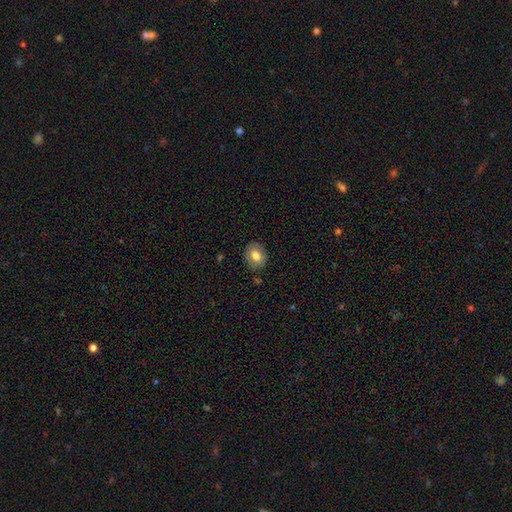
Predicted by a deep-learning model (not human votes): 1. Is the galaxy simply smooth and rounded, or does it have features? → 75% smooth, 17% featured or disk, 8% star or artifact.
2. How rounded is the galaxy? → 51% round, 48% in between, 1% cigar-shaped.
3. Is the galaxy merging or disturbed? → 85% none, 11% minor disturbance, 2% major disturbance, 1% merger.